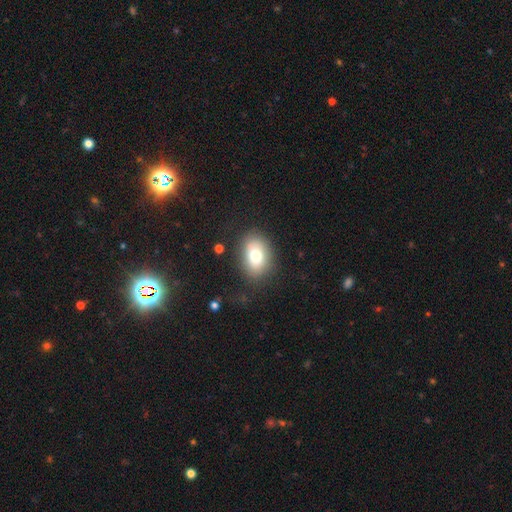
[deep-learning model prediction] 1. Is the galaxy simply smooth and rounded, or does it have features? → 75% smooth, 16% featured or disk, 9% star or artifact.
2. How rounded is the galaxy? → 79% in between, 20% round, 1% cigar-shaped.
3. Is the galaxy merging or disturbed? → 81% none, 12% minor disturbance, 5% major disturbance, 2% merger.